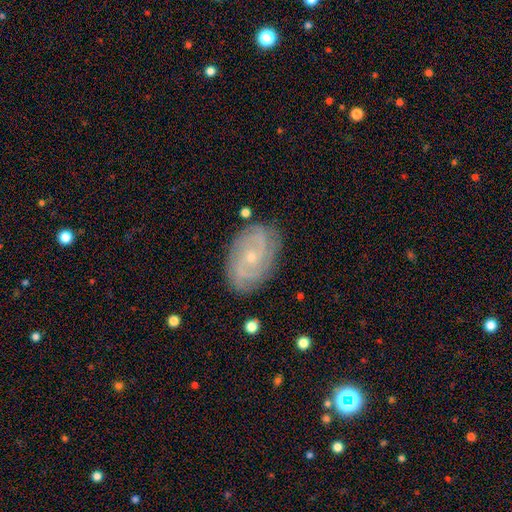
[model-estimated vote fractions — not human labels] Smooth or featured? featured or disk (73%)
Edge-on disk? no (95%)
Bar? no (69%)
Spiral arms? yes (93%)
Spiral winding? tight (64%)
Spiral arm count? can't tell (36%)
Bulge size? small (71%)
Merging? none (82%)